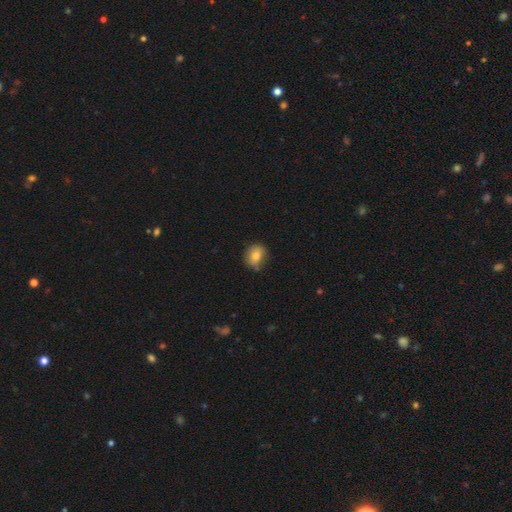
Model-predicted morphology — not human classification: smooth_or_featured: smooth (p=0.78) [alt: featured or disk p=0.13]
how_rounded: round (p=0.60) [alt: in between p=0.39]
merging: none (p=0.69) [alt: minor disturbance p=0.24]